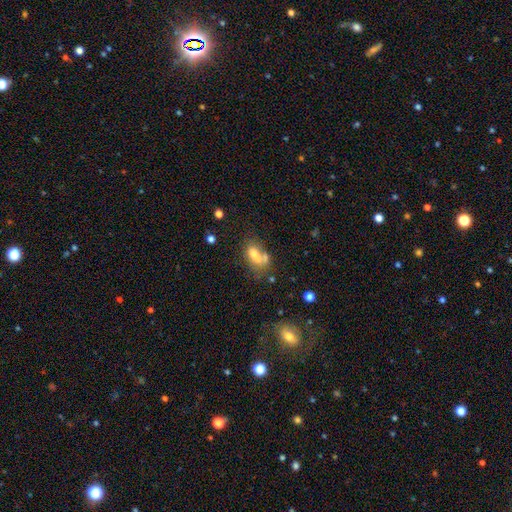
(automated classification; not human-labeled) Smooth or featured: smooth — 65% (featured or disk — 23%)
How rounded: in between — 80% (round — 12%)
Merging: merger — 43% (none — 31%)